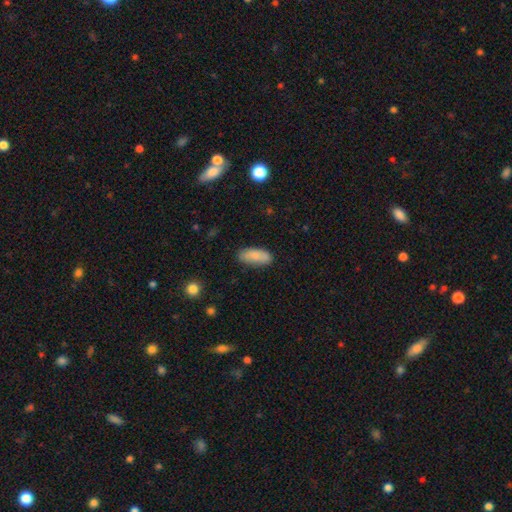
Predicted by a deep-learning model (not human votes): A smooth galaxy with no disk features (83%) that is in between round and cigar-shaped (82%). Merging: none (80%).